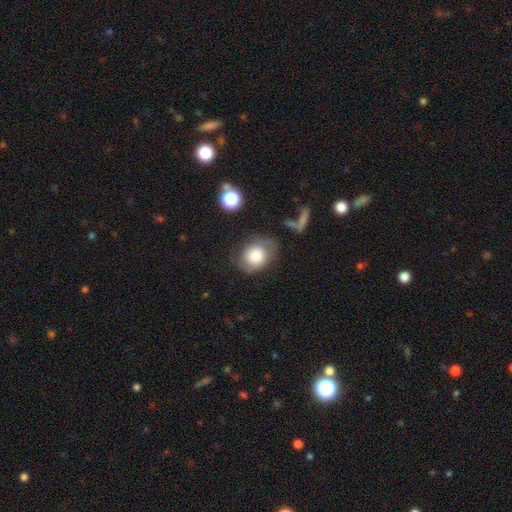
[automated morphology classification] This appears to be a smooth galaxy with no disk features (67%) that is round (61%). Merging: none (56%).